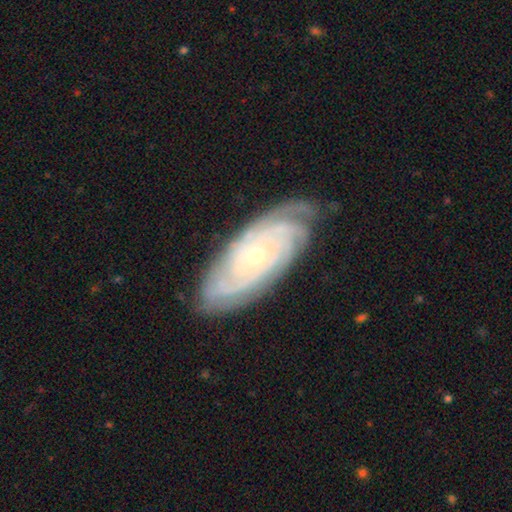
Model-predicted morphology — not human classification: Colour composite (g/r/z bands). It shows a featured or disk galaxy (89%) with no bar (77%), 4 (27%) tight (82%) spiral arms (98%) and a small central bulge (66%). Merging: none (80%).